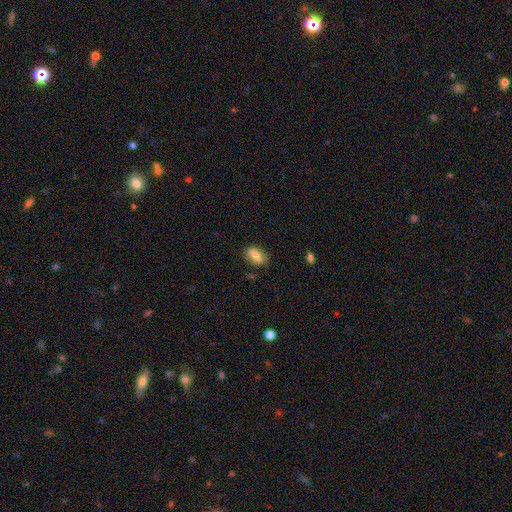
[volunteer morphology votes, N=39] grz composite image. It shows a smooth galaxy with no disk features (82%) that is in between round and cigar-shaped (94%). Merging: none (67%).